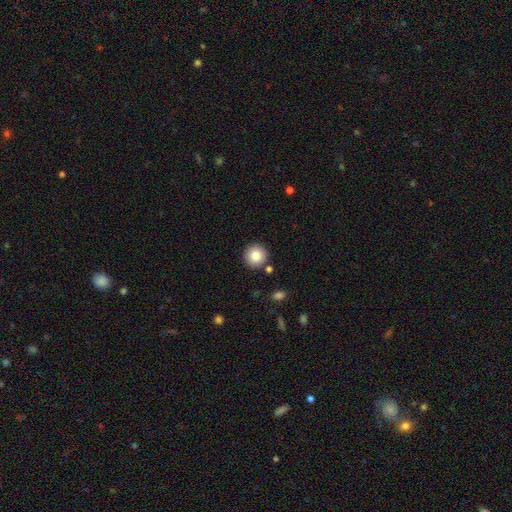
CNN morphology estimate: Smooth or featured? Predicted: smooth (p=0.84). How rounded? Predicted: round (p=0.95). Merging? Predicted: none (p=0.88).